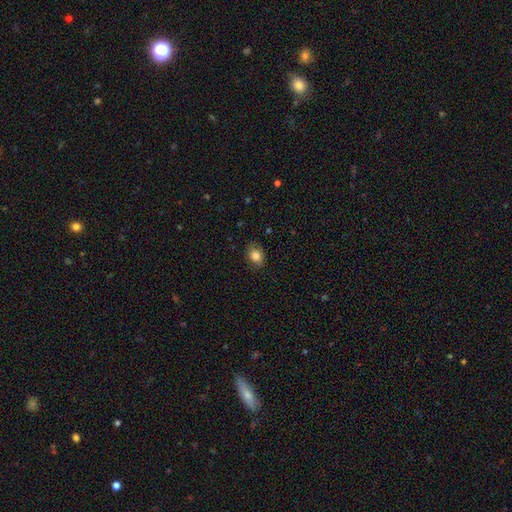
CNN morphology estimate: This appears to be a smooth galaxy with no disk features (83%) that is in between round and cigar-shaped (67%). Merging: none (81%).